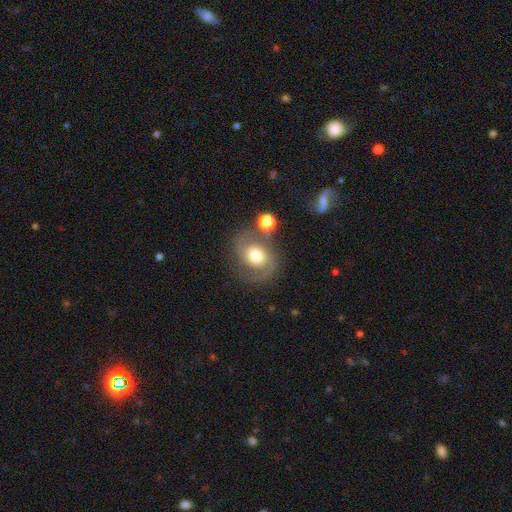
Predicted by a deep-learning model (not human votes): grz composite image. It shows a featured or disk galaxy (71%) with no bar (72%), 2 (89%) medium (53%) spiral arms (88%) and a moderate central bulge (66%). Merging: none (67%).